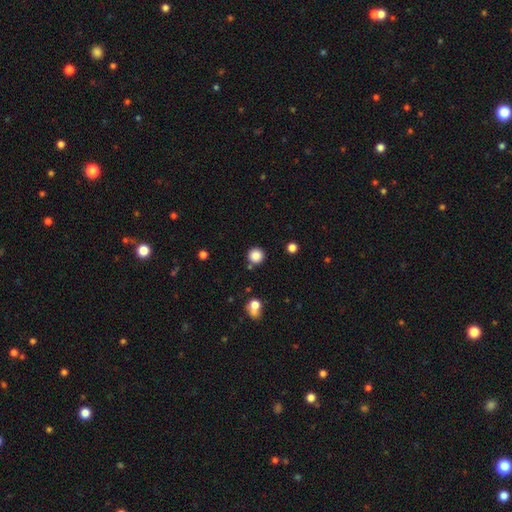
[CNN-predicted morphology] The model was most divided on "smooth or featured": smooth: 85%, star or artifact: 11%, featured or disk: 4%. More confident: how rounded — round (95%); merging — none (86%).